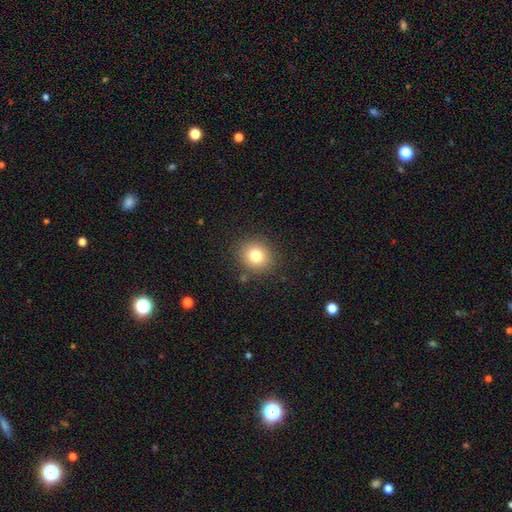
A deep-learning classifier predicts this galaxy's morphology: A smooth galaxy with no disk features (78%) that is round (84%). Merging: none (88%).